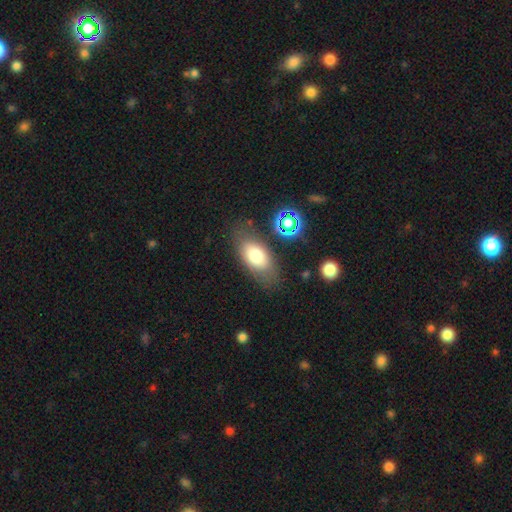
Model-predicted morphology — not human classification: This appears to be a smooth galaxy with no disk features (74%) that is in between round and cigar-shaped (90%). Merging: none (74%).